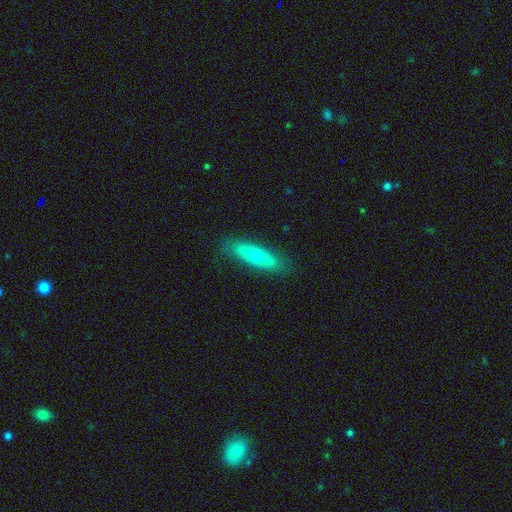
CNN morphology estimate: smooth 51%, featured or disk 42%, star or artifact 6%. Down the decision tree: how rounded — in between (49%); merging — none (82%).